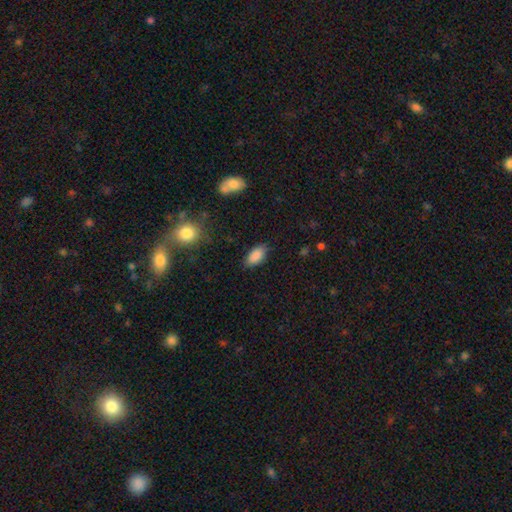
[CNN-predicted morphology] smooth 87%, star or artifact 8%, featured or disk 5%. Down the decision tree: how rounded — in between (92%); merging — none (82%).